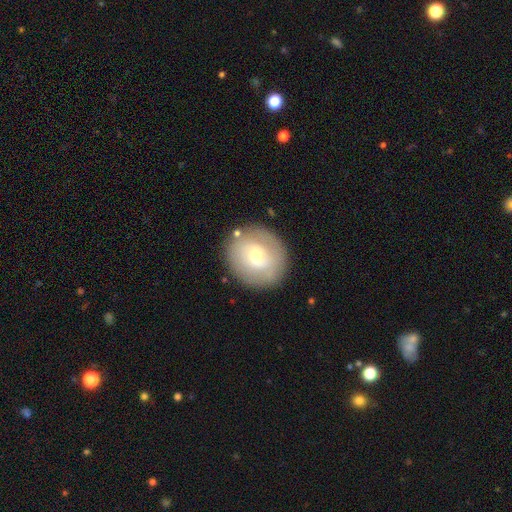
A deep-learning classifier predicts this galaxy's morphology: smooth_or_featured: smooth (p=0.51) [alt: featured or disk p=0.41]
how_rounded: round (p=0.83) [alt: in between p=0.16]
merging: none (p=0.83) [alt: minor disturbance p=0.10]